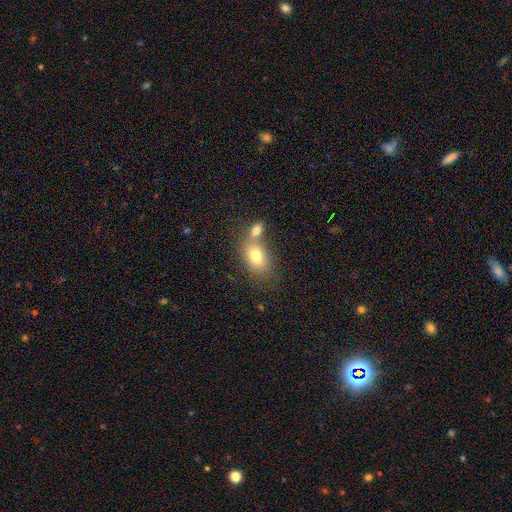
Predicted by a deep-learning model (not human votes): Smooth or featured? Predicted: smooth (p=0.76). How rounded? Predicted: in between (p=0.78). Merging? Predicted: merger (p=0.45).